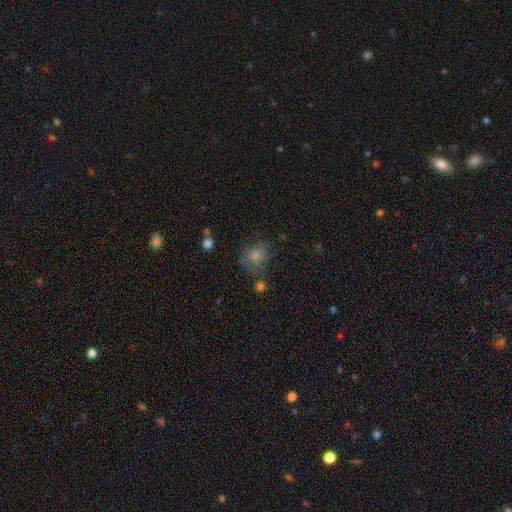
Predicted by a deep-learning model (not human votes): This is possibly a smooth galaxy (57%). How rounded: likely round (74%). Merging: likely none (65%).